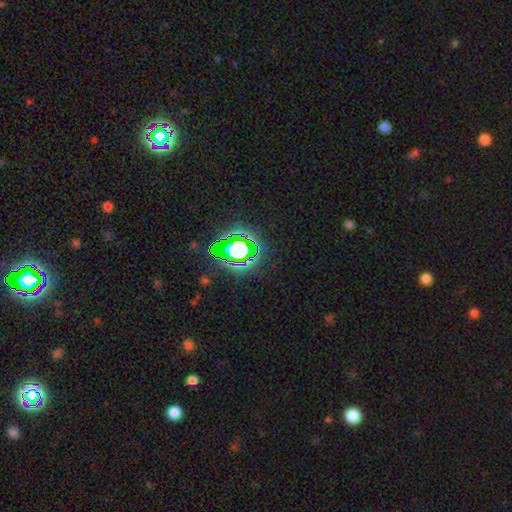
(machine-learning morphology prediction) Smooth or featured? star or artifact (81%)